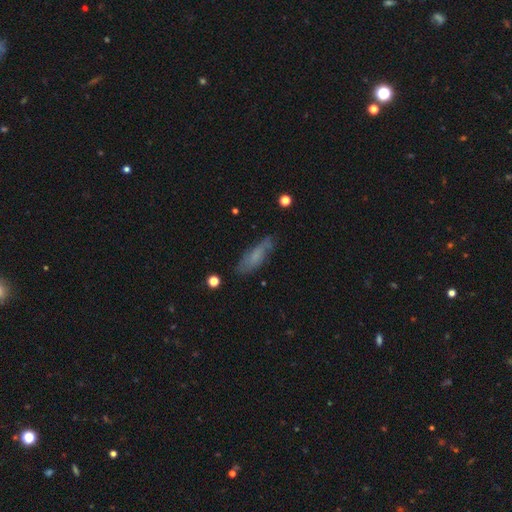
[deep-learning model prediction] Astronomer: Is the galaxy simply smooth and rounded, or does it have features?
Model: smooth — 60%.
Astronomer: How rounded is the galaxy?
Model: cigar-shaped — 51% (runner-up: in between, 47%).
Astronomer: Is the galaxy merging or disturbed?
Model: none — 71%.